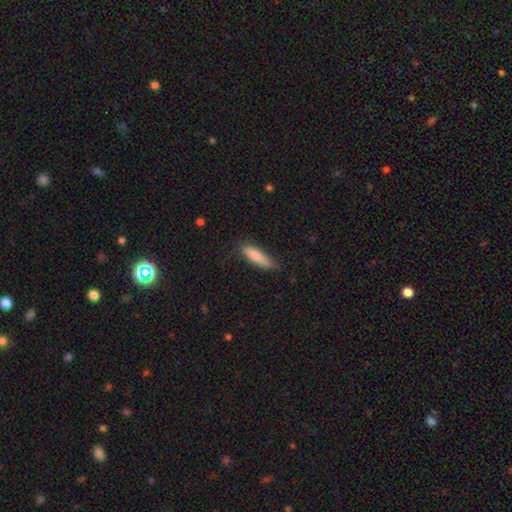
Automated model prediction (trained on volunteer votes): Morphology: type=smooth (81%); roundness=cigar-shaped (72%); merging=none (75%).